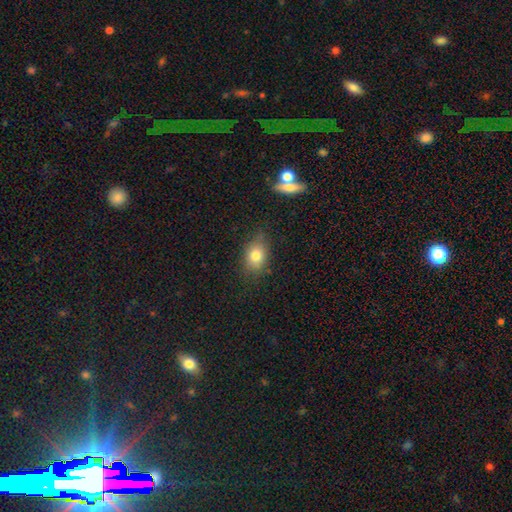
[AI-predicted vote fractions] Smooth or featured? Predicted: smooth (p=0.79). How rounded? Predicted: in between (p=0.68). Merging? Predicted: none (p=0.72).